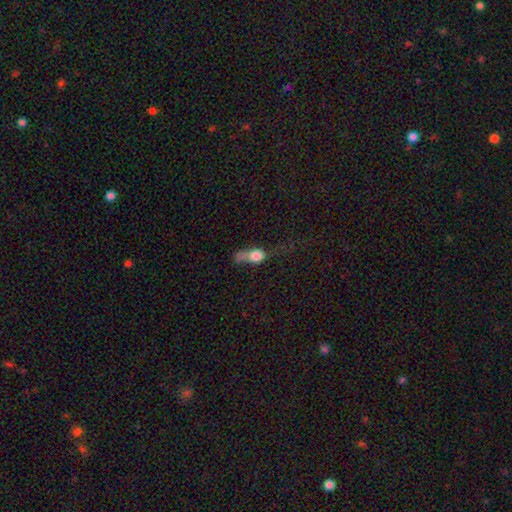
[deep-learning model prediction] smooth_or_featured: smooth (p=0.67) [alt: featured or disk p=0.22]
how_rounded: in between (p=0.57) [alt: round p=0.32]
merging: major disturbance (p=0.47) [alt: minor disturbance p=0.20]